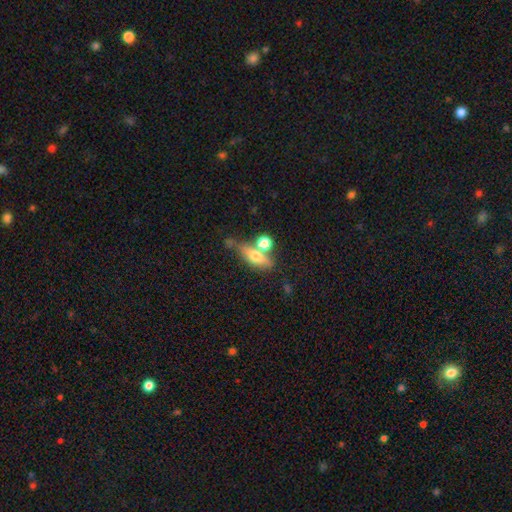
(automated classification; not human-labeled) Smooth or featured? Predicted: smooth (p=0.53). How rounded? Predicted: in between (p=0.56). Merging? Predicted: none (p=0.51).